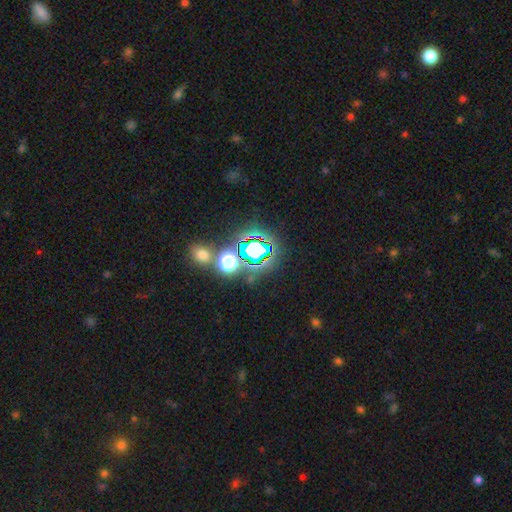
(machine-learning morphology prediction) This appears to be a star or artifact, not a galaxy (72%).